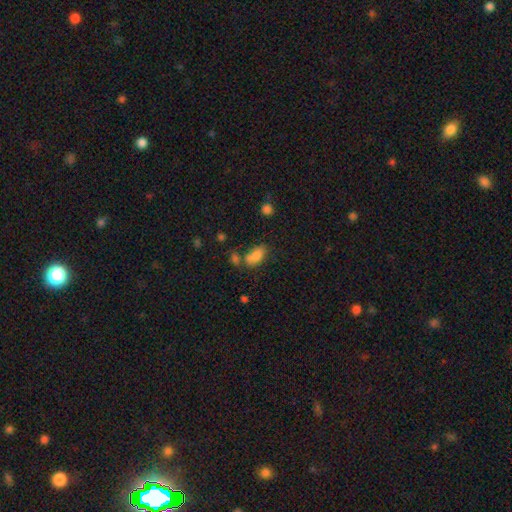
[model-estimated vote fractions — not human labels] Morphology: type=smooth (79%); roundness=in between (89%); merging=none (50%).